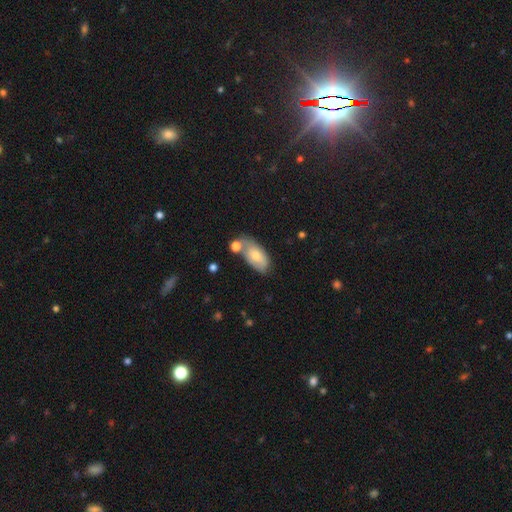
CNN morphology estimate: Smooth or featured?
  - smooth: 68% *
  - featured or disk: 25%
  - star or artifact: 7%
How rounded?
  - in between: 91% *
  - cigar-shaped: 4%
  - round: 4%
Merging?
  - none: 45% *
  - minor disturbance: 24%
  - merger: 23%
  - major disturbance: 8%